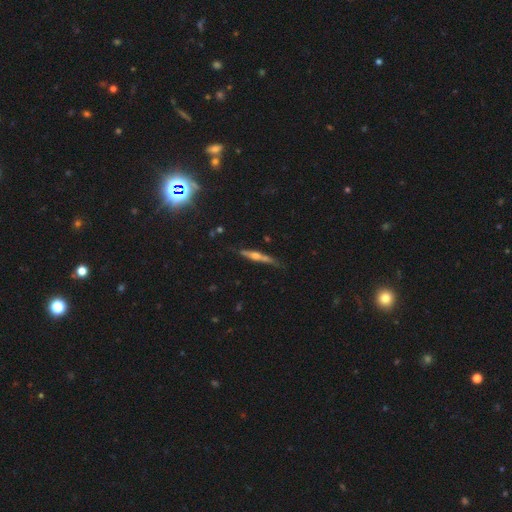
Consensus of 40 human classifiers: smooth_or_featured: featured or disk (p=0.78) [alt: smooth p=0.20]
disk_edge_on: yes (p=0.90) [alt: no p=0.10]
edge_on_bulge: rounded (p=0.89) [alt: boxy p=0.07]
merging: none (p=0.69) [alt: minor disturbance p=0.21]